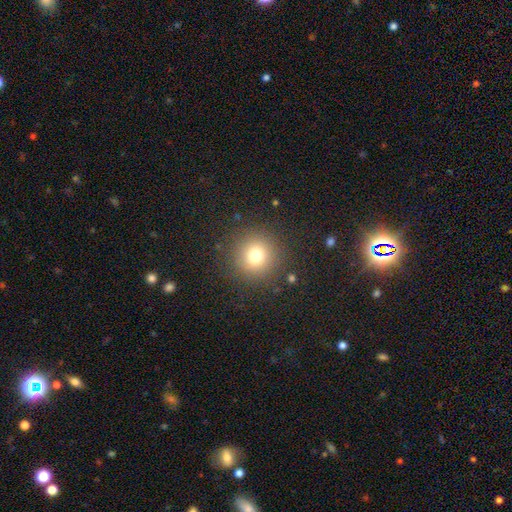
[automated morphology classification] Smooth or featured? smooth (76%)
How rounded? round (94%)
Merging? none (88%)